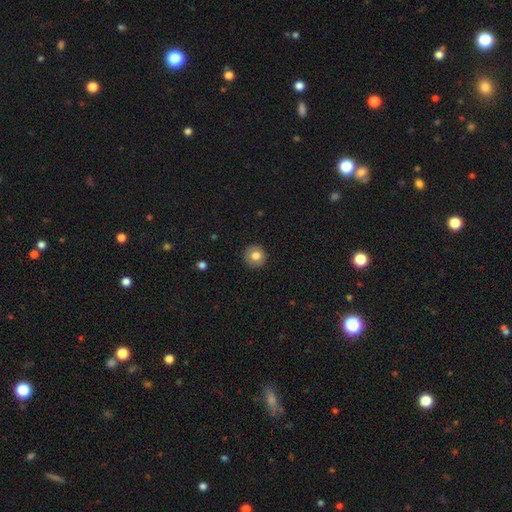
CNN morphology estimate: Q: Smooth or featured?
A: smooth (78%); runner-up: featured or disk (13%)
Q: How rounded?
A: round (94%); runner-up: in between (5%)
Q: Merging?
A: none (91%); runner-up: minor disturbance (6%)